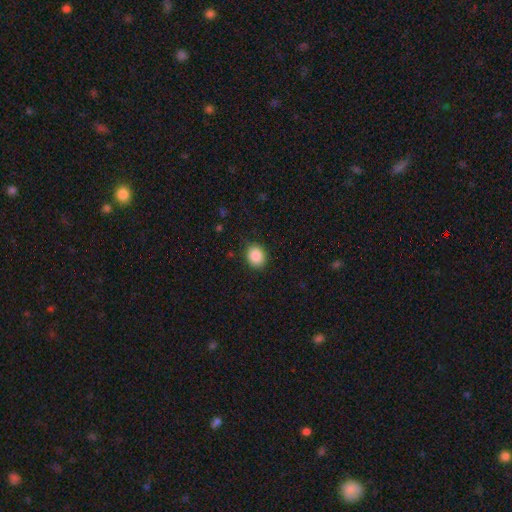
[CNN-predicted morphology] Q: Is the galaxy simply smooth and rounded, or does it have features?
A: smooth — 88%.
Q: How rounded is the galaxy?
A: round — 61%.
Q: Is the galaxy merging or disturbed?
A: none — 87%.